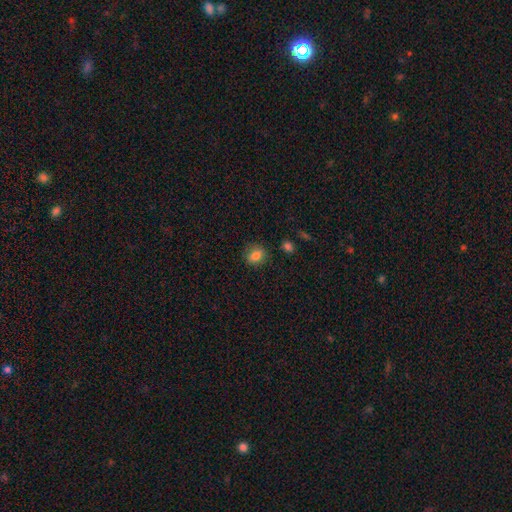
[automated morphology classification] Smooth or featured? Predicted: smooth (p=0.83). How rounded? Predicted: round (p=0.56). Merging? Predicted: none (p=0.82).